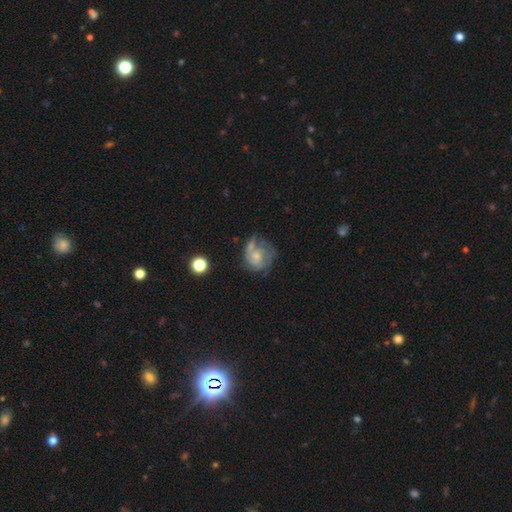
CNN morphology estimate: featured or disk 65%, smooth 27%, star or artifact 8%. Down the decision tree: edge-on disk — no (98%); bar — no (76%); spiral arms — yes (78%); bulge size — small (51%); merging — none (44%).